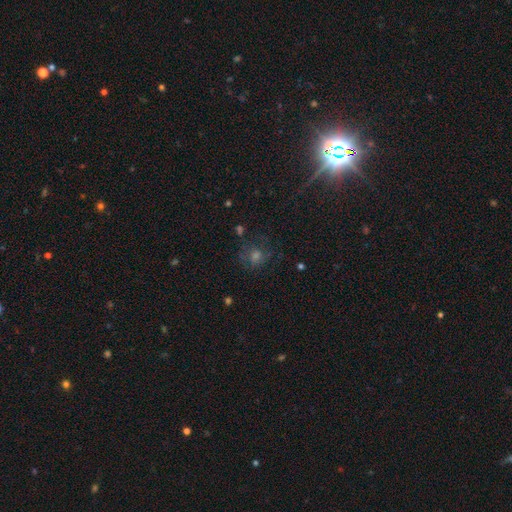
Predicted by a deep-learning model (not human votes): smooth-or-featured: star or artifact: 37% | smooth: 32% | featured or disk: 31%